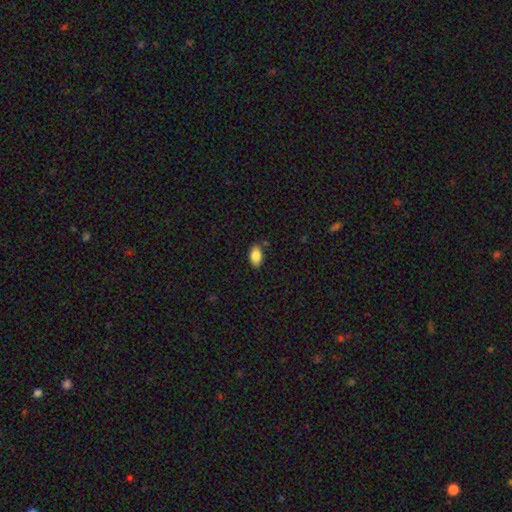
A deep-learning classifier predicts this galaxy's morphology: Smooth or featured? smooth (85%)
How rounded? in between (92%)
Merging? none (82%)